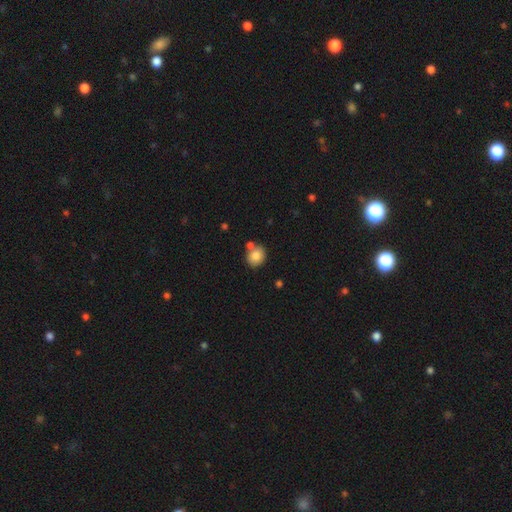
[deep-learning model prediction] Smooth or featured: smooth — 83% (star or artifact — 9%)
How rounded: round — 68% (in between — 31%)
Merging: none — 64% (merger — 21%)